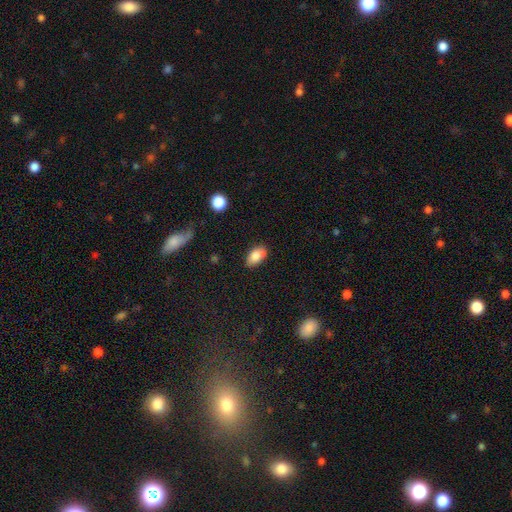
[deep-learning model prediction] Smooth or featured? smooth (83%)
How rounded? in between (92%)
Merging? none (79%)